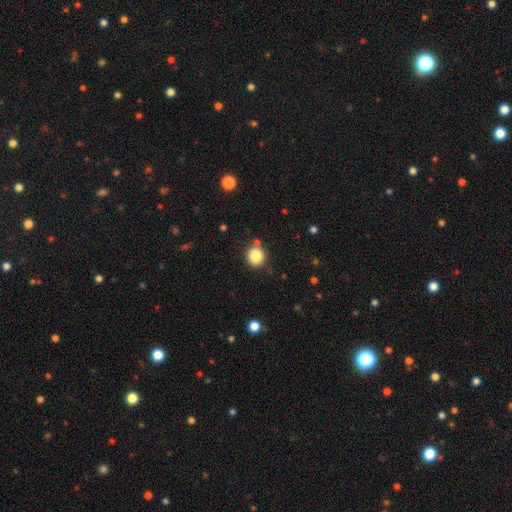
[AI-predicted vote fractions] Morphology: type=smooth (84%); roundness=round (89%); merging=none (81%).